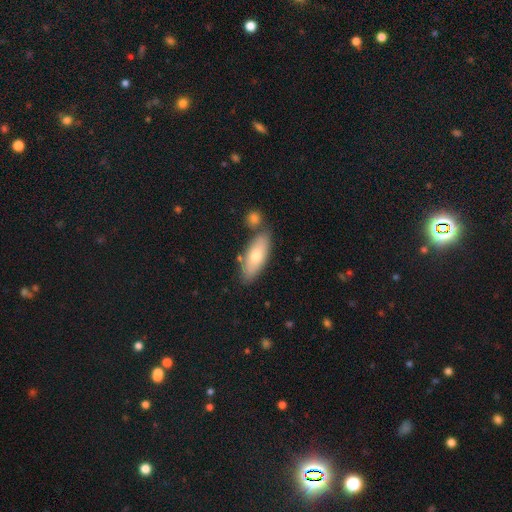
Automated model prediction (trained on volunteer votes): smooth 70%, featured or disk 24%, star or artifact 6%. Down the decision tree: how rounded — in between (71%); merging — none (74%).